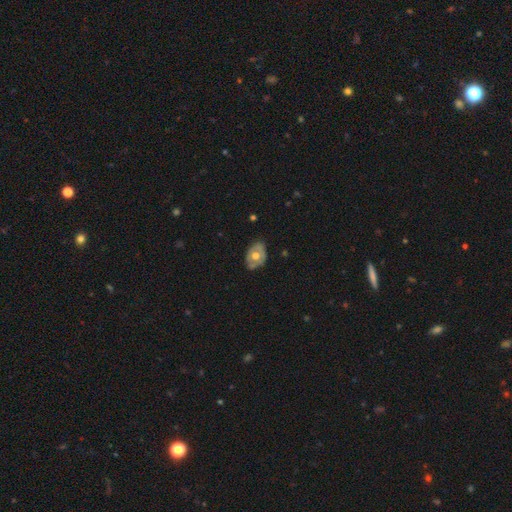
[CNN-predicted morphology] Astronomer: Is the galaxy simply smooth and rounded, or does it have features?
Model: featured or disk — 51% (runner-up: smooth, 43%).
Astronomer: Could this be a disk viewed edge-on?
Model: no — 92%.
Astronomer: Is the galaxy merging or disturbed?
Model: none — 67%.